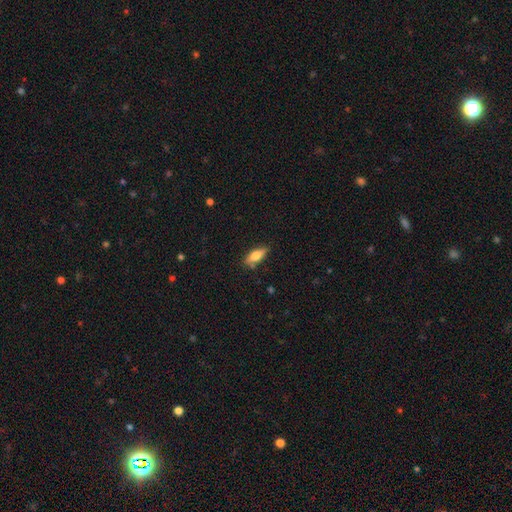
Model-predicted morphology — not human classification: Smooth or featured?
  - smooth: 65% *
  - featured or disk: 28%
  - star or artifact: 7%
How rounded?
  - in between: 63% *
  - cigar-shaped: 34%
  - round: 3%
Merging?
  - none: 80% *
  - minor disturbance: 15%
  - major disturbance: 3%
  - merger: 2%